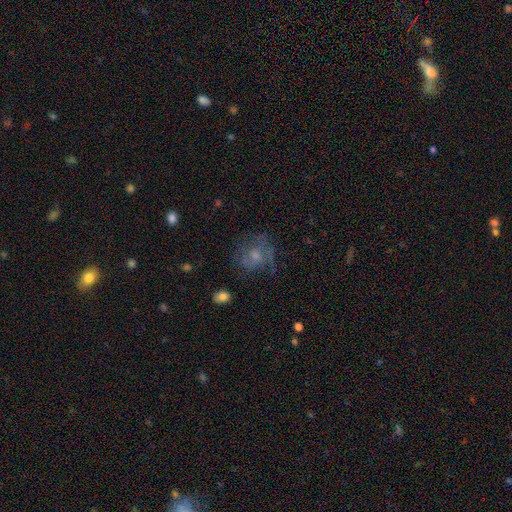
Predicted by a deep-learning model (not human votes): smooth-or-featured: featured or disk: 45% | smooth: 39% | star or artifact: 15%
  merging: none: 57% | minor disturbance: 21% | major disturbance: 20% | merger: 2%